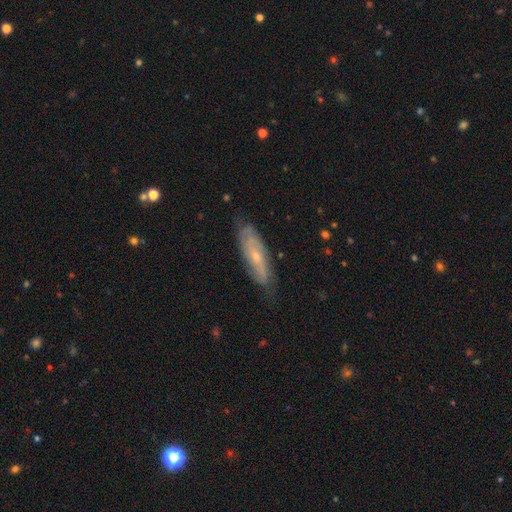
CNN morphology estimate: Smooth or featured? Predicted: featured or disk (p=0.65). Edge-on disk? Predicted: no (p=0.73). Merging? Predicted: none (p=0.73).